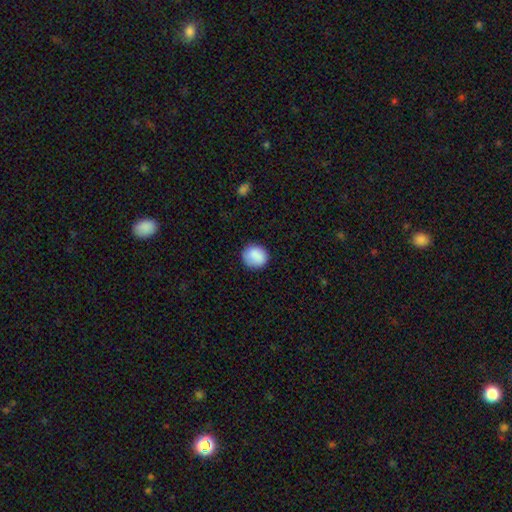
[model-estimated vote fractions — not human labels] This is clearly a smooth galaxy (88%). How rounded: likely round (78%). Merging: clearly none (87%).